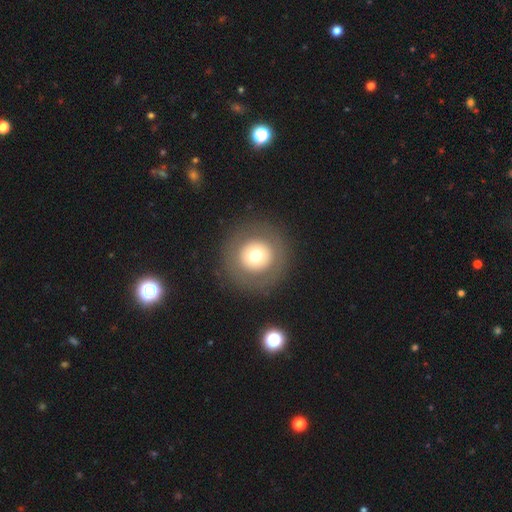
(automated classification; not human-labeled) smooth_or_featured: smooth (p=0.64) [alt: featured or disk p=0.26]
how_rounded: round (p=0.96) [alt: in between p=0.03]
merging: none (p=0.89) [alt: minor disturbance p=0.05]